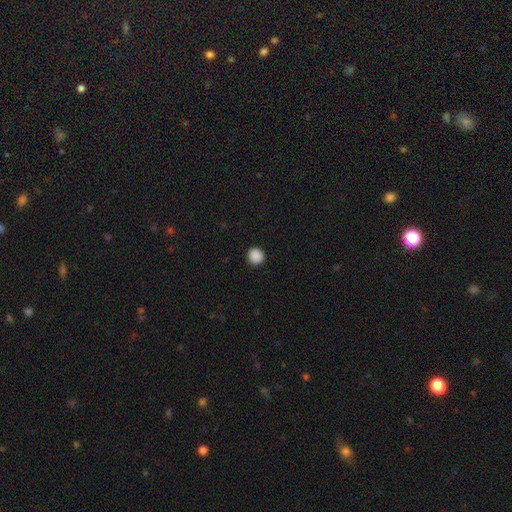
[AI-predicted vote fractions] This is clearly a smooth galaxy (89%). How rounded: clearly round (94%). Merging: clearly none (93%).